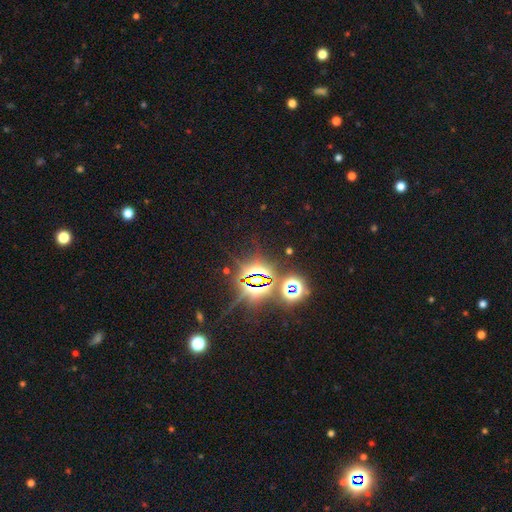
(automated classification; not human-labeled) Q: Smooth or featured?
A: star or artifact (83%); runner-up: smooth (10%)